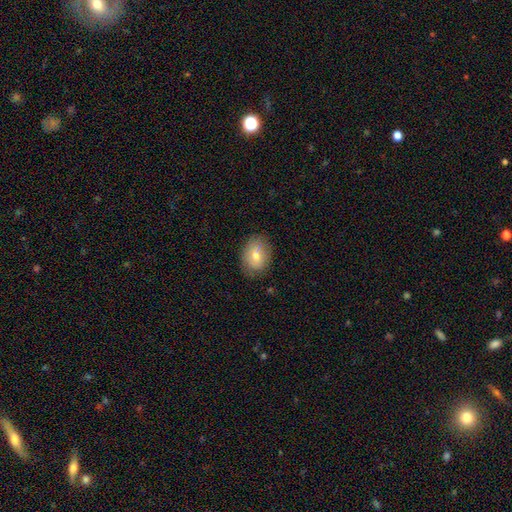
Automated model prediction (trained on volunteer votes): This is likely a smooth galaxy (69%). How rounded: likely in between (69%). Merging: clearly none (81%).